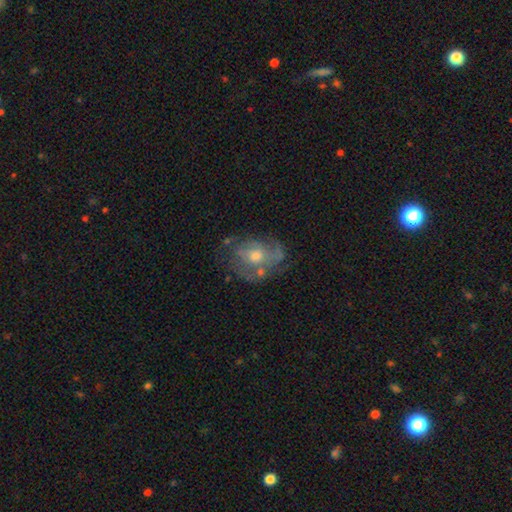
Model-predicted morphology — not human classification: Q: Smooth or featured?
A: featured or disk (66%); runner-up: smooth (26%)
Q: Edge-on disk?
A: no (96%); runner-up: yes (4%)
Q: Bar?
A: no (81%); runner-up: weak (17%)
Q: Spiral arms?
A: yes (63%); runner-up: no (37%)
Q: Bulge size?
A: moderate (68%); runner-up: small (22%)
Q: Merging?
A: none (52%); runner-up: minor disturbance (25%)